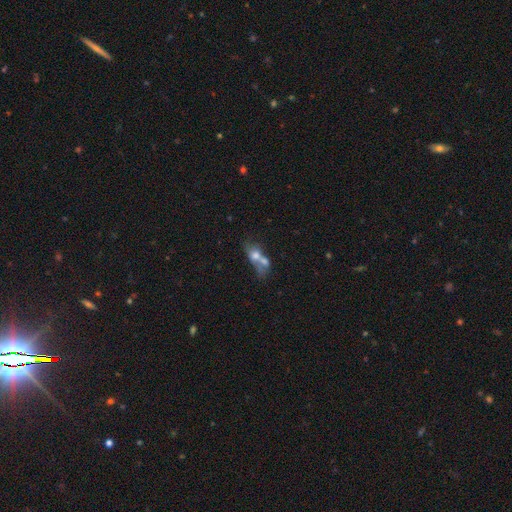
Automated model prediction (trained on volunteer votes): The model was most divided on "smooth or featured": smooth: 58%, featured or disk: 32%, star or artifact: 10%. More confident: merging — merger (69%); how rounded — in between (61%).